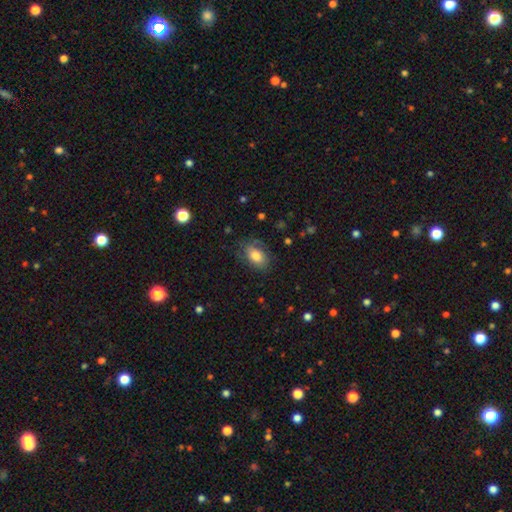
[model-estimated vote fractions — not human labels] This is likely a smooth galaxy (73%). How rounded: clearly in between (90%). Merging: likely none (71%).